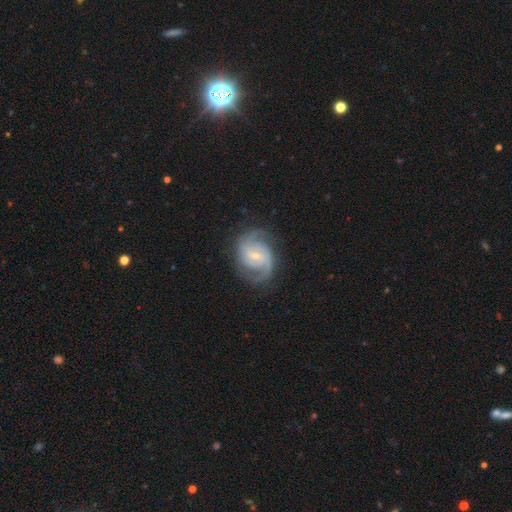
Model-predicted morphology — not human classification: A featured or disk galaxy (88%) with a weak bar (54%), 2 (61%) medium (48%) spiral arms (97%) and a small central bulge (63%).

Vote fractions:
- Smooth or featured? featured or disk: 88% / smooth: 7% / star or artifact: 5%
- Edge-on disk? no: 98% / yes: 2%
- Bar? weak: 54% / no: 32% / strong: 14%
- Spiral arms? yes: 97% / no: 3%
- Spiral winding? medium: 48% / tight: 39% / loose: 12%
- Spiral arm count? 2: 61% / 3: 17% / can't tell: 11% / 4: 4% / 1: 4% / more than 4: 3%
- Bulge size? small: 63% / moderate: 33% / none: 2% / large: 1% / dominant: 1%
- Merging? none: 76% / minor disturbance: 16% / major disturbance: 7% / merger: 1%